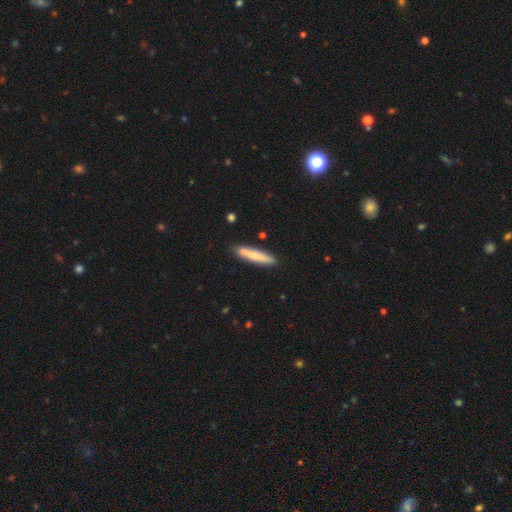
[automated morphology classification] Q: Smooth or featured?
A: smooth (73%); runner-up: featured or disk (21%)
Q: How rounded?
A: cigar-shaped (87%); runner-up: in between (11%)
Q: Merging?
A: none (76%); runner-up: minor disturbance (13%)